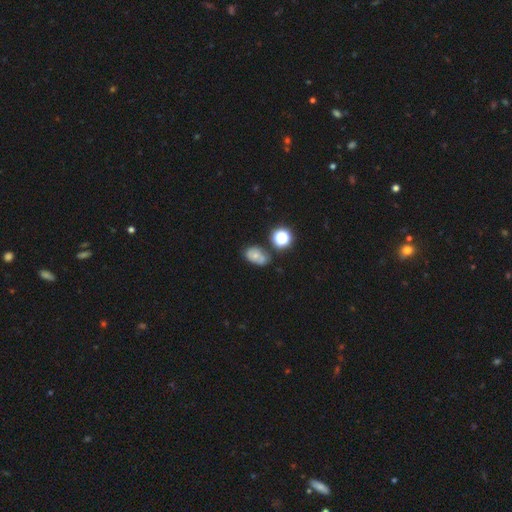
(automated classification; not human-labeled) Smooth or featured? smooth (56%)
How rounded? in between (73%)
Merging? none (54%)